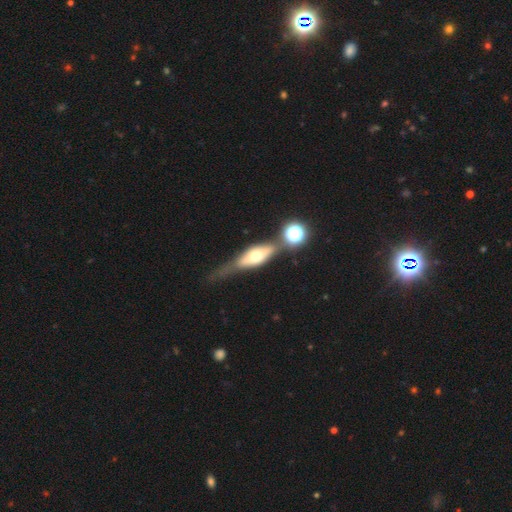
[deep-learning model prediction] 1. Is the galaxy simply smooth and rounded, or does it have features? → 56% featured or disk, 35% smooth, 9% star or artifact.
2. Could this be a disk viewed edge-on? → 80% yes, 20% no.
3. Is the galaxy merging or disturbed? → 54% none, 20% minor disturbance, 15% merger, 12% major disturbance.